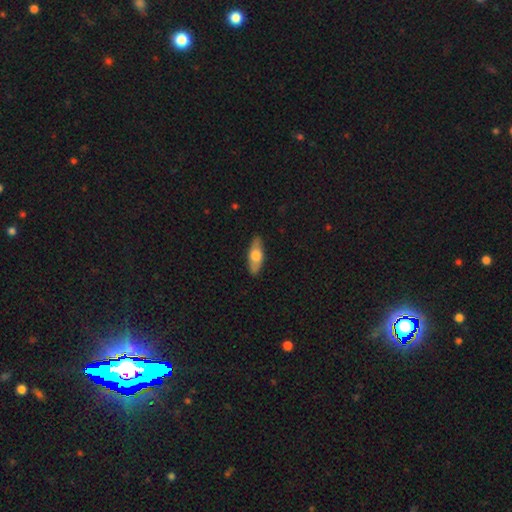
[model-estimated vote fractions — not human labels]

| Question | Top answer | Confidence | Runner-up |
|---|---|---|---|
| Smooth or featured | smooth | 58% | featured or disk (36%) |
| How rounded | in between | 66% | cigar-shaped (31%) |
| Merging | none | 88% | minor disturbance (9%) |